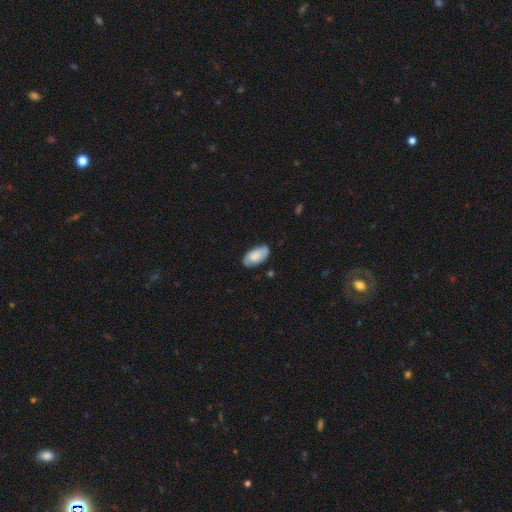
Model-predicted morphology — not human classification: Smooth or featured? smooth (64%)
How rounded? in between (95%)
Merging? none (75%)